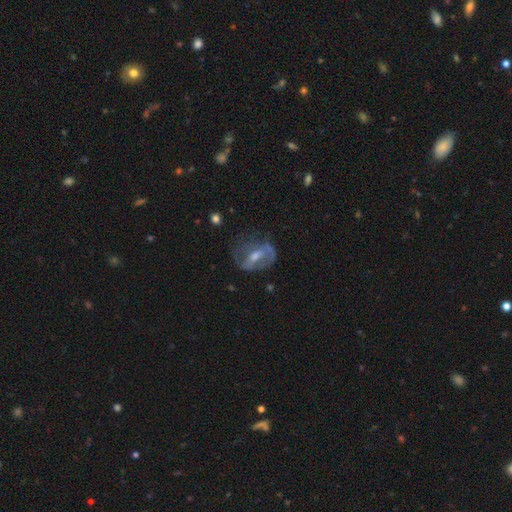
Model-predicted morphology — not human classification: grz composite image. It shows a featured or disk galaxy (72%) with a weak bar (41%), spiral arms (67%) and a moderate central bulge (56%). Merging: none (55%).